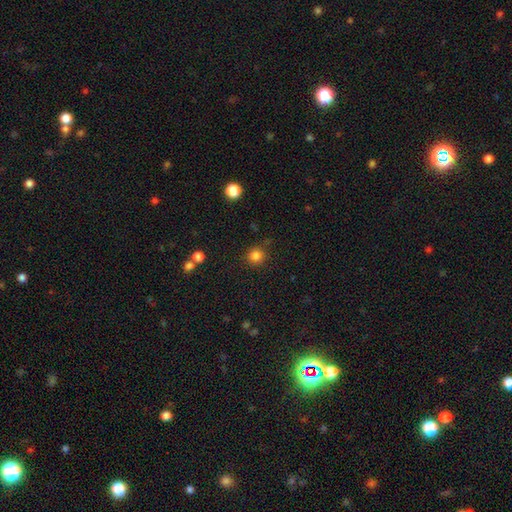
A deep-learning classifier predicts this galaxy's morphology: This appears to be a smooth galaxy with no disk features (83%) that is round (93%). Merging: none (87%).